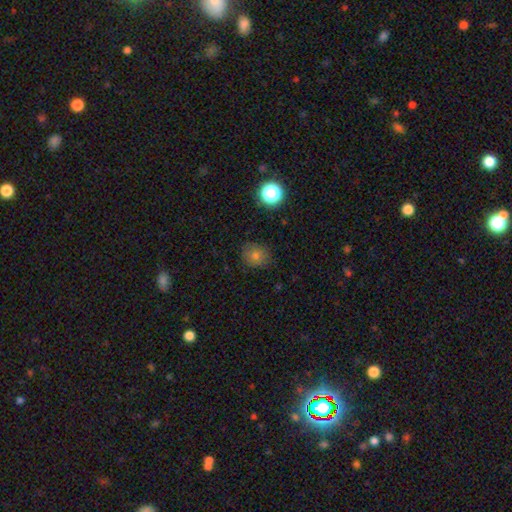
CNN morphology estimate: smooth 75%, star or artifact 16%, featured or disk 9%. Down the decision tree: how rounded — round (79%); merging — none (84%).